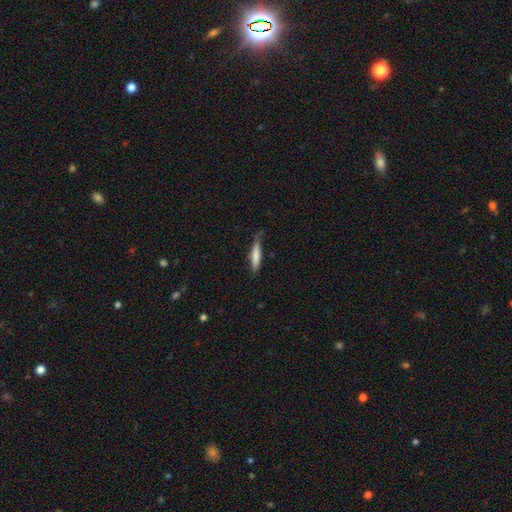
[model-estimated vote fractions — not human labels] A smooth galaxy with no disk features (72%) that is cigar-shaped (89%).

Vote fractions:
- Smooth or featured? smooth: 72% / featured or disk: 23% / star or artifact: 6%
- How rounded? cigar-shaped: 89% / in between: 10% / round: 1%
- Merging? none: 71% / minor disturbance: 22% / major disturbance: 4% / merger: 2%